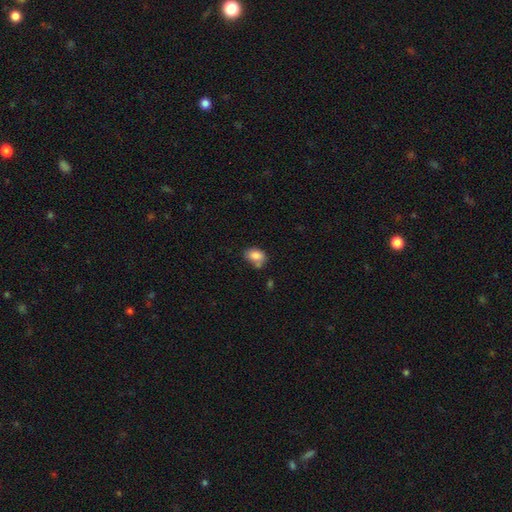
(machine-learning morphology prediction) smooth 83%, star or artifact 9%, featured or disk 8%. Down the decision tree: how rounded — in between (81%); merging — none (53%).